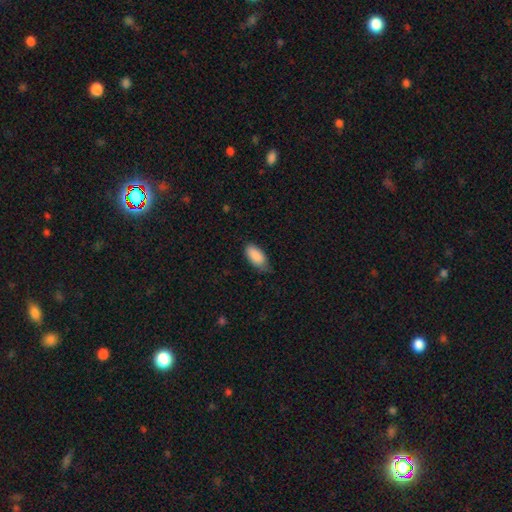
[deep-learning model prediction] smooth_or_featured: smooth (p=0.89) [alt: star or artifact p=0.06]
how_rounded: in between (p=0.92) [alt: cigar-shaped p=0.06]
merging: none (p=0.62) [alt: minor disturbance p=0.32]